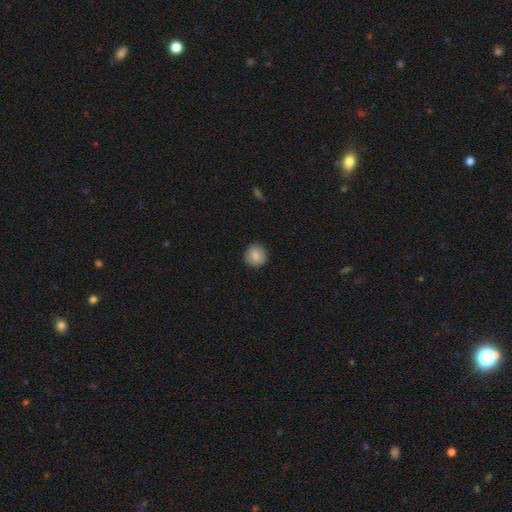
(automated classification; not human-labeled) This is clearly a smooth galaxy (86%). How rounded: clearly round (91%). Merging: clearly none (90%).